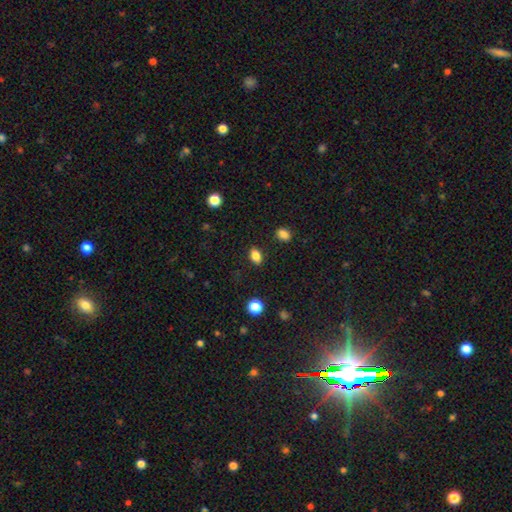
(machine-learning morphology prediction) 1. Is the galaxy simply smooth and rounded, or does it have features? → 84% smooth, 10% star or artifact, 5% featured or disk.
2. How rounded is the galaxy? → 82% in between, 15% round, 3% cigar-shaped.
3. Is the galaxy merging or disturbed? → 88% none, 8% minor disturbance, 2% major disturbance, 2% merger.